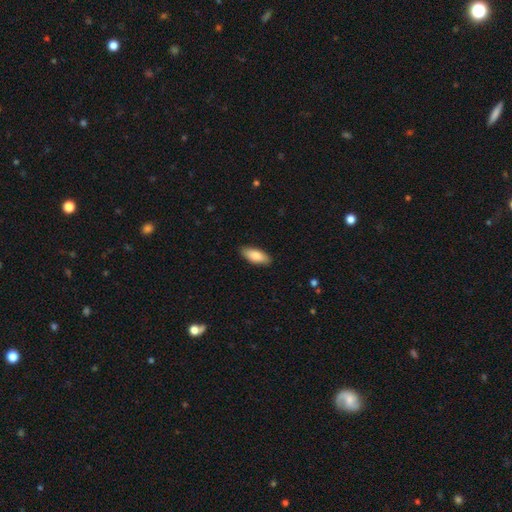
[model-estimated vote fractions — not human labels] A smooth galaxy with no disk features (85%) that is in between round and cigar-shaped (81%).

Vote fractions:
- Smooth or featured? smooth: 85% / featured or disk: 9% / star or artifact: 6%
- How rounded? in between: 81% / cigar-shaped: 17% / round: 2%
- Merging? none: 87% / minor disturbance: 10% / major disturbance: 2% / merger: 1%